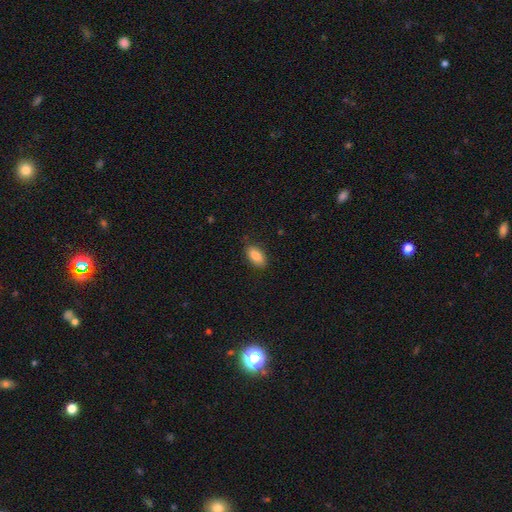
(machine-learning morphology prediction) This appears to be a smooth galaxy with no disk features (86%) that is in between round and cigar-shaped (91%). Merging: none (84%).